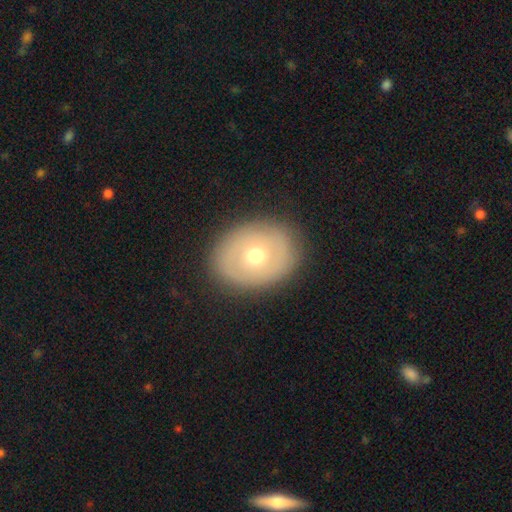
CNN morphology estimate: Overall: smooth (51%; featured or disk 41%). How rounded: in between (56%; round 43%). Merging: none (86%).